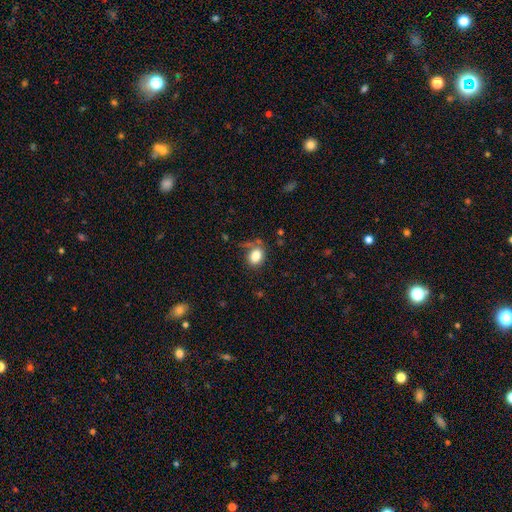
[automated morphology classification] Smooth or featured? smooth (82%)
How rounded? in between (68%)
Merging? none (58%)